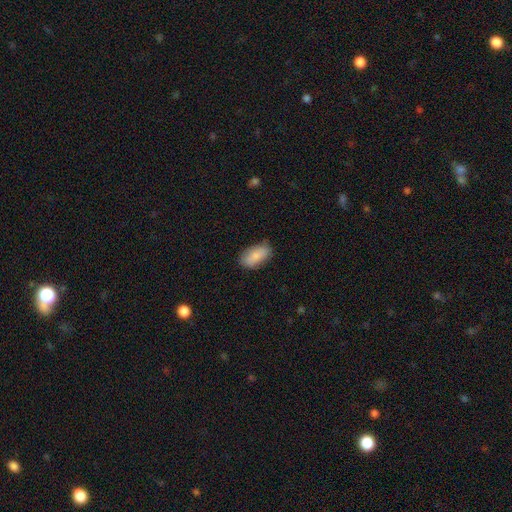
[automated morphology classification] type=smooth (85%); roundness=in between (92%); merging=none (79%).